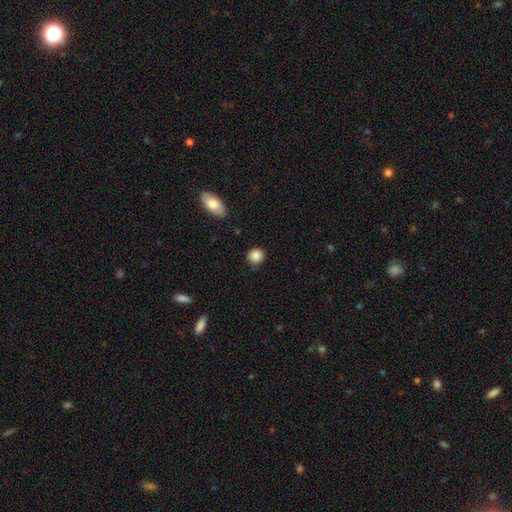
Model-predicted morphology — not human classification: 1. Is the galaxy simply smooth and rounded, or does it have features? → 87% smooth, 9% star or artifact, 4% featured or disk.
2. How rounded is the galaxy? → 85% round, 14% in between, 1% cigar-shaped.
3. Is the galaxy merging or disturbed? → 82% none, 13% minor disturbance, 3% major disturbance, 2% merger.